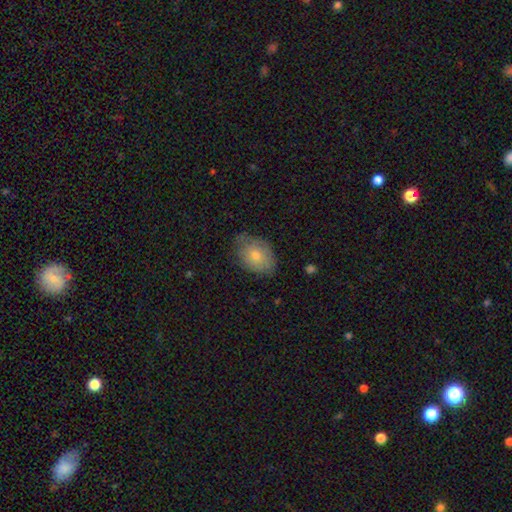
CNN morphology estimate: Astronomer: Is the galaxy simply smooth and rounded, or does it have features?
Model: smooth — 72%.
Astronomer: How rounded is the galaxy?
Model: in between — 77%.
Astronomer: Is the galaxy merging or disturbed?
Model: none — 70%.